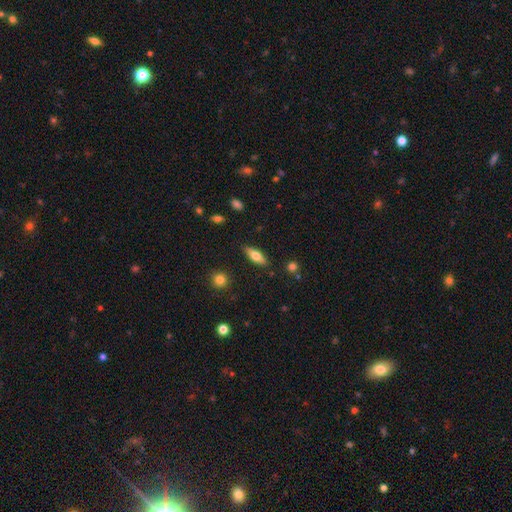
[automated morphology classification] Smooth or featured? Predicted: smooth (p=0.66). How rounded? Predicted: in between (p=0.62). Merging? Predicted: none (p=0.84).